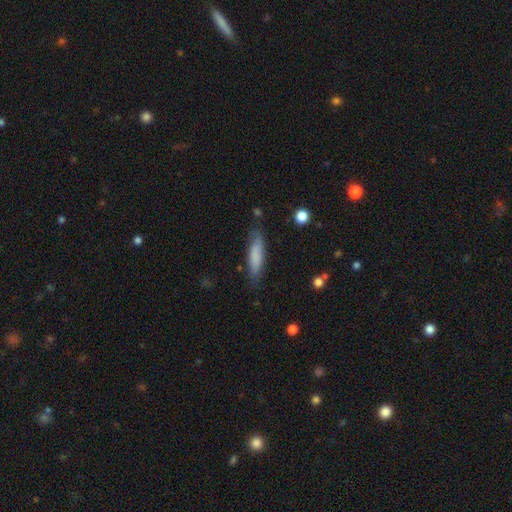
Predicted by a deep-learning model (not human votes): Morphology: type=smooth (77%); roundness=cigar-shaped (75%); merging=none (78%).